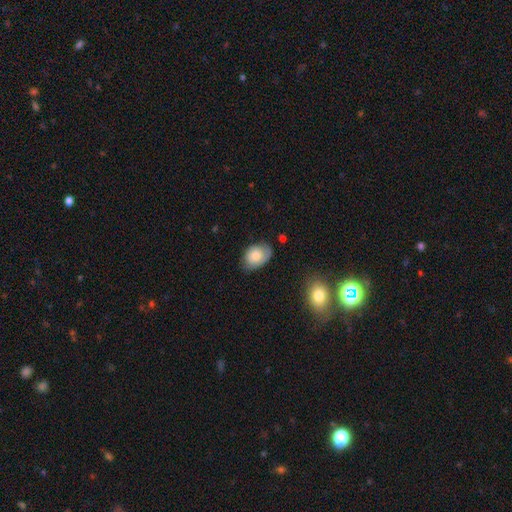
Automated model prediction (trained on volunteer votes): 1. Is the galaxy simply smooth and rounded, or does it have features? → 68% smooth, 24% featured or disk, 7% star or artifact.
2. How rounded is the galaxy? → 78% in between, 21% round, 1% cigar-shaped.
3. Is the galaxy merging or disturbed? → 61% none, 30% minor disturbance, 7% major disturbance, 2% merger.